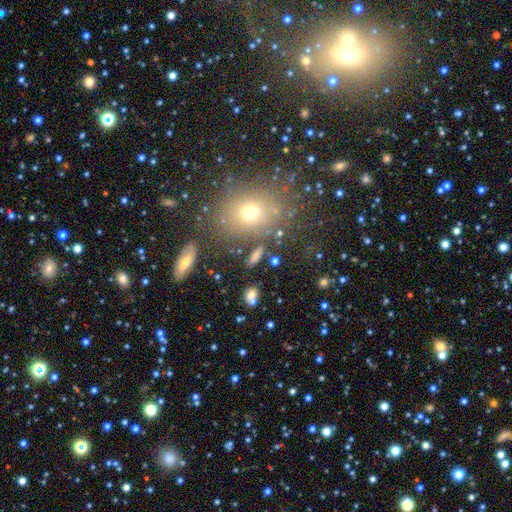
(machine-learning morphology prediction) Smooth or featured: smooth — 67% (star or artifact — 18%)
How rounded: in between — 60% (cigar-shaped — 27%)
Merging: none — 77% (minor disturbance — 11%)